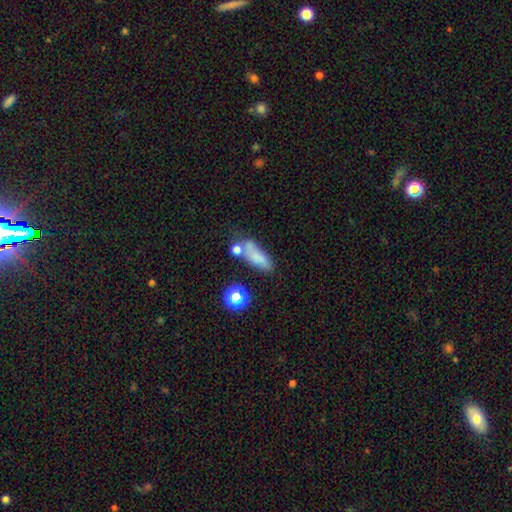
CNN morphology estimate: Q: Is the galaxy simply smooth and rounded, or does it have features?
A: smooth — 67%.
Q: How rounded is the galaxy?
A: in between — 62%.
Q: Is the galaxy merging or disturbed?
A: none — 43%.